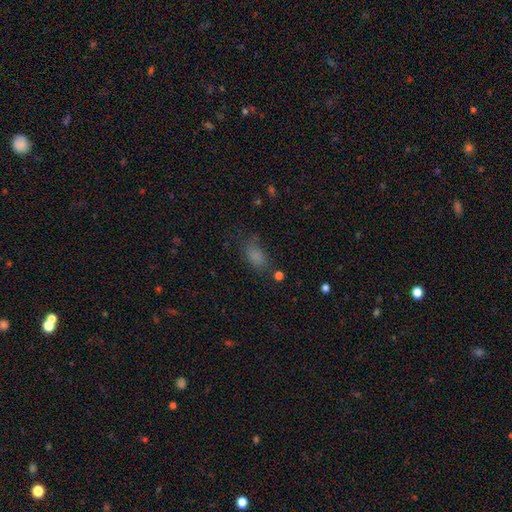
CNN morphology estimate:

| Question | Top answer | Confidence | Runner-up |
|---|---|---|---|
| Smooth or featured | smooth | 78% | star or artifact (15%) |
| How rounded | in between | 84% | round (11%) |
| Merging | none | 65% | minor disturbance (21%) |